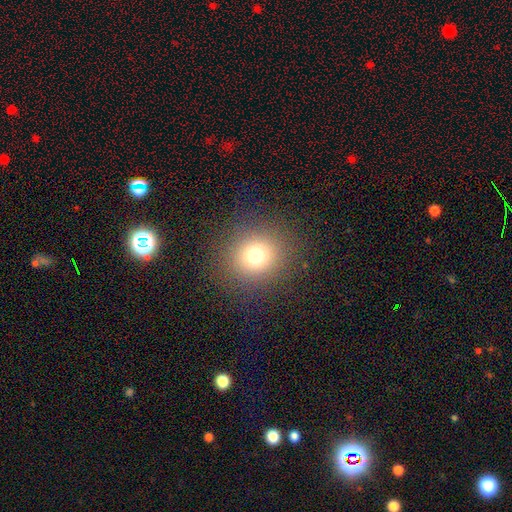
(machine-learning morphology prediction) type=smooth (72%); roundness=round (89%); merging=none (88%).